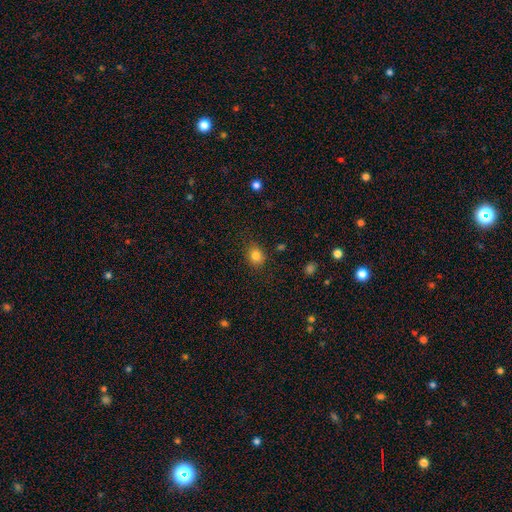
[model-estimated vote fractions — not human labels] Smooth or featured? Predicted: smooth (p=0.82). How rounded? Predicted: round (p=0.60). Merging? Predicted: none (p=0.82).